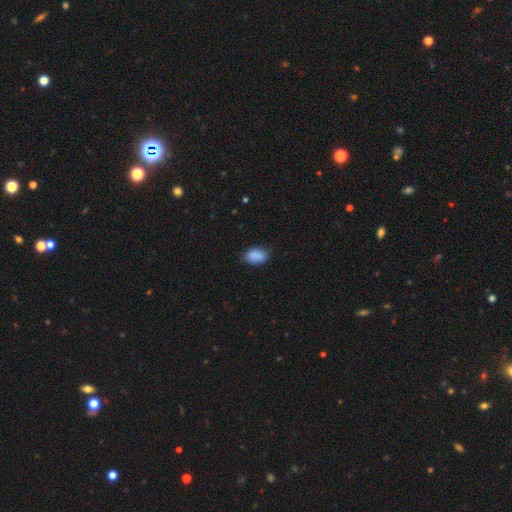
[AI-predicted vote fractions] Smooth or featured: smooth — 89% (star or artifact — 7%)
How rounded: in between — 86% (round — 13%)
Merging: none — 79% (minor disturbance — 17%)